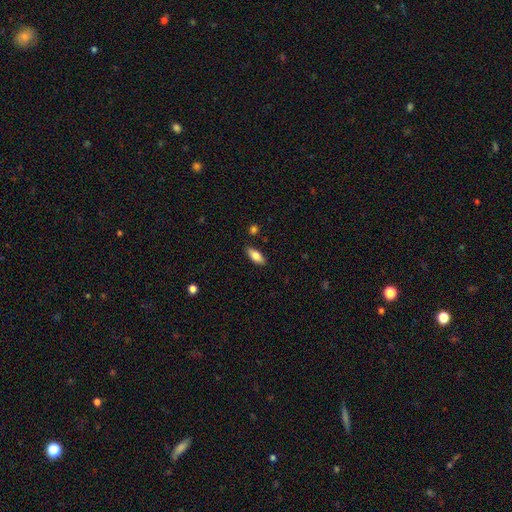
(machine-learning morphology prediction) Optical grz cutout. It shows a smooth galaxy with no disk features (77%) that is in between round and cigar-shaped (81%). Merging: none (86%).